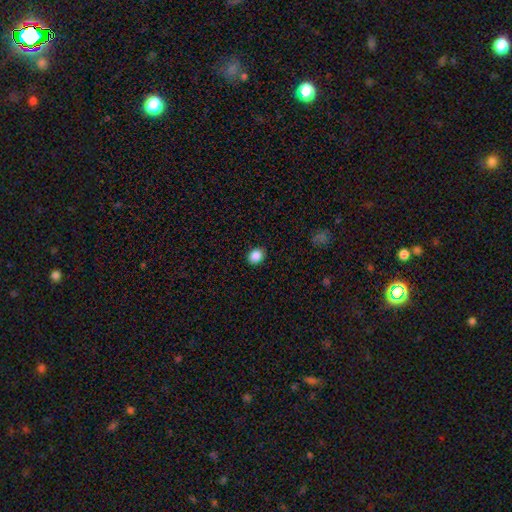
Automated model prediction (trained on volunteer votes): Smooth or featured?
  - smooth: 87% *
  - star or artifact: 9%
  - featured or disk: 4%
How rounded?
  - in between: 51% *
  - round: 49%
  - cigar-shaped: 1%
Merging?
  - none: 90% *
  - minor disturbance: 7%
  - major disturbance: 2%
  - merger: 1%